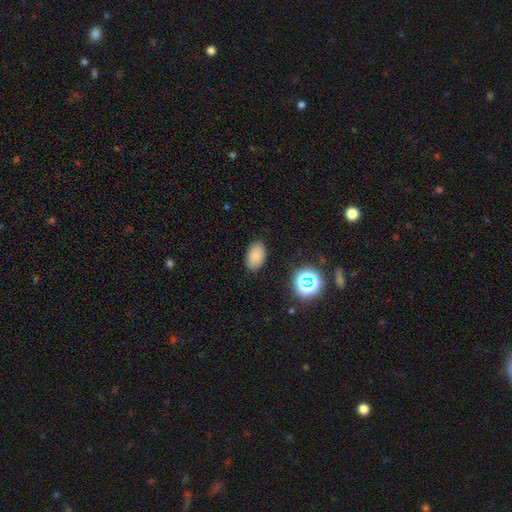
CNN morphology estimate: A smooth galaxy with no disk features (80%) that is in between round and cigar-shaped (90%). Merging: none (86%).